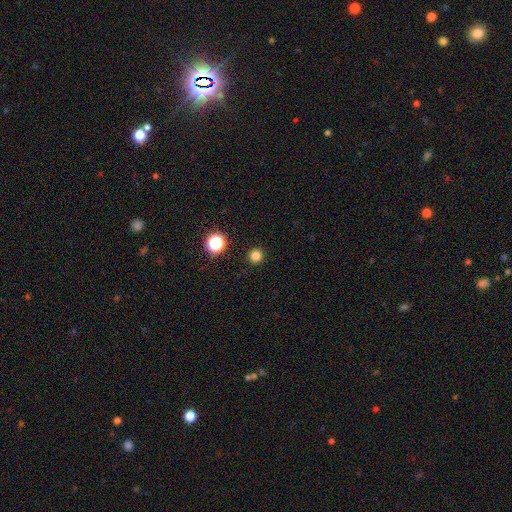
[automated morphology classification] smooth 81%, star or artifact 16%, featured or disk 4%. Down the decision tree: how rounded — round (96%); merging — none (93%).